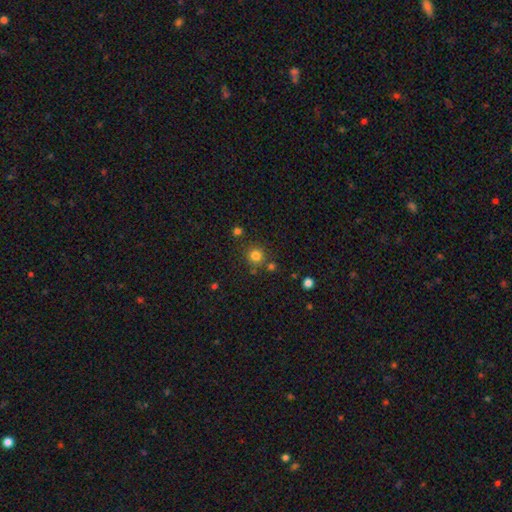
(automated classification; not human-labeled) smooth-or-featured: smooth: 80% | star or artifact: 15% | featured or disk: 5%
  how-rounded: round: 93% | in between: 7% | cigar-shaped: 1%
  merging: none: 79% | merger: 9% | minor disturbance: 9% | major disturbance: 3%